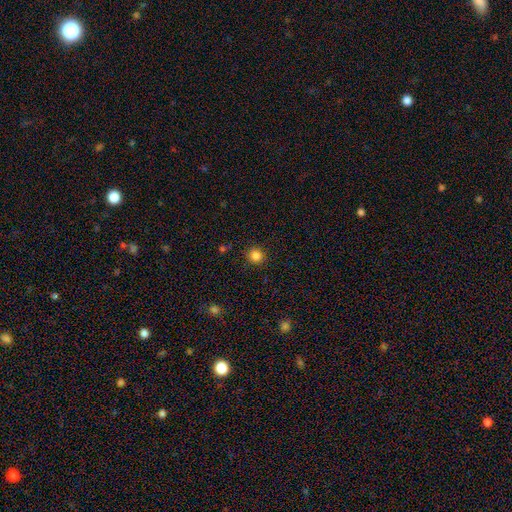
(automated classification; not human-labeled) Smooth or featured? smooth (84%)
How rounded? round (91%)
Merging? none (90%)